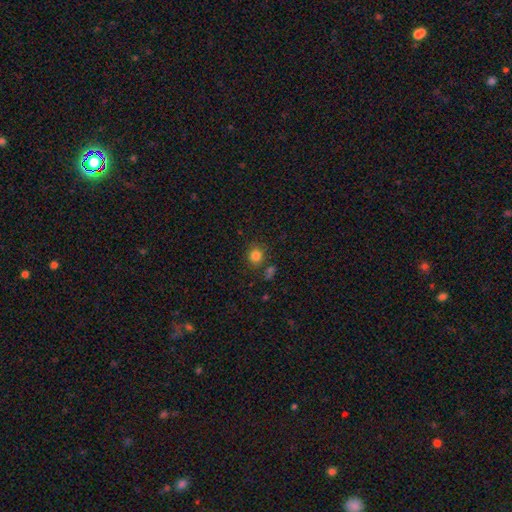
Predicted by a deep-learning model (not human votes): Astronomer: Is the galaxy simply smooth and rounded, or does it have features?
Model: smooth — 82%.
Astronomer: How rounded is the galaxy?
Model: round — 84%.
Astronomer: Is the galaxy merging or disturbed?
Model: none — 76%.